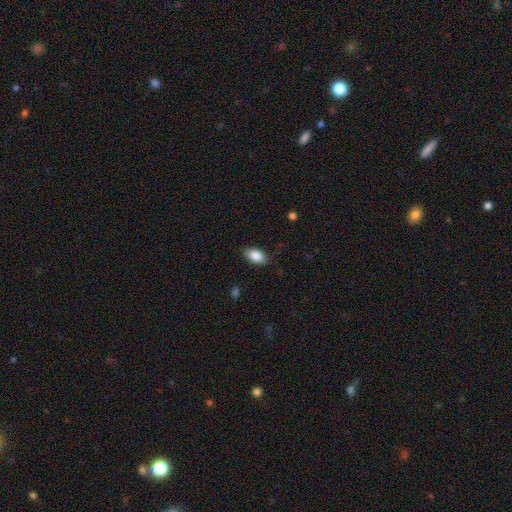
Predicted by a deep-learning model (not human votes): Smooth or featured: smooth — 87% (star or artifact — 7%)
How rounded: in between — 92% (round — 5%)
Merging: none — 83% (minor disturbance — 13%)